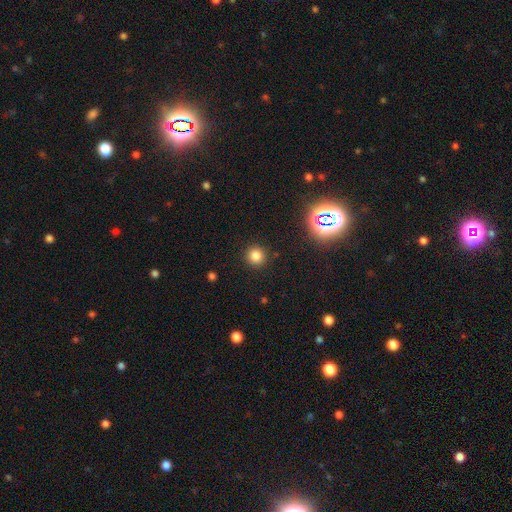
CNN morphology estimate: Overall: smooth (79%). How rounded: round (94%). Merging: none (91%).